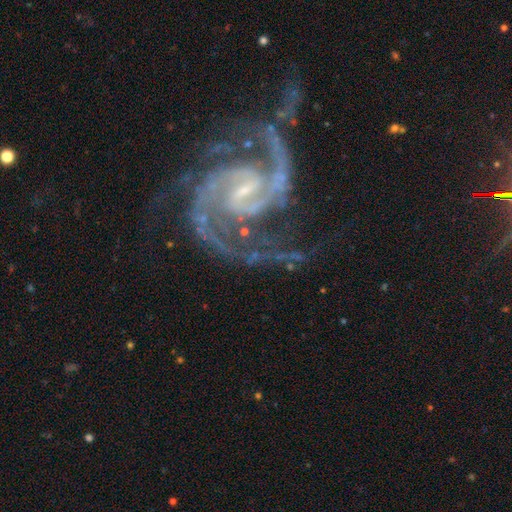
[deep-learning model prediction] Q: Smooth or featured?
A: featured or disk (93%); runner-up: star or artifact (5%)
Q: Edge-on disk?
A: no (98%); runner-up: yes (2%)
Q: Bar?
A: weak (53%); runner-up: strong (29%)
Q: Spiral arms?
A: yes (99%); runner-up: no (1%)
Q: Spiral winding?
A: medium (59%); runner-up: tight (28%)
Q: Spiral arm count?
A: 2 (82%); runner-up: 3 (7%)
Q: Bulge size?
A: small (69%); runner-up: moderate (17%)
Q: Merging?
A: none (63%); runner-up: minor disturbance (18%)